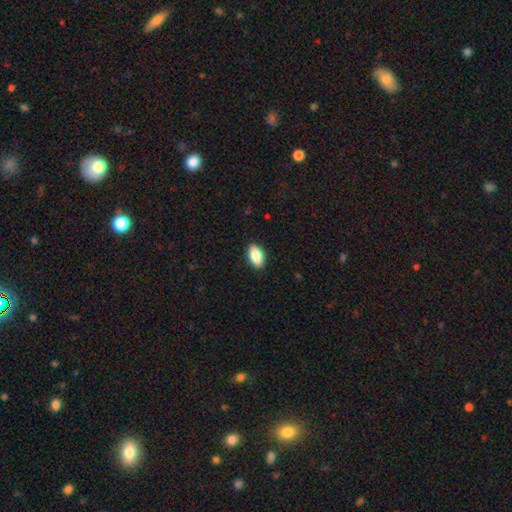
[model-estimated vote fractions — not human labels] Smooth or featured? smooth (85%)
How rounded? in between (91%)
Merging? none (89%)